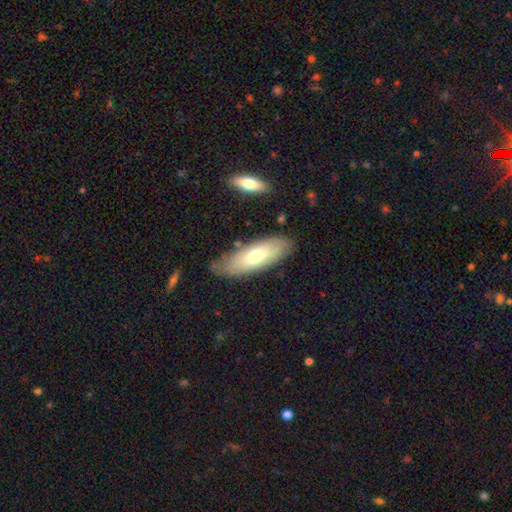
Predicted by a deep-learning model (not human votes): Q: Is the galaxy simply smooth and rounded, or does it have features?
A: smooth — 67%.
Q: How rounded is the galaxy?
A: in between — 68%.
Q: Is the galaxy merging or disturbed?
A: none — 77%.